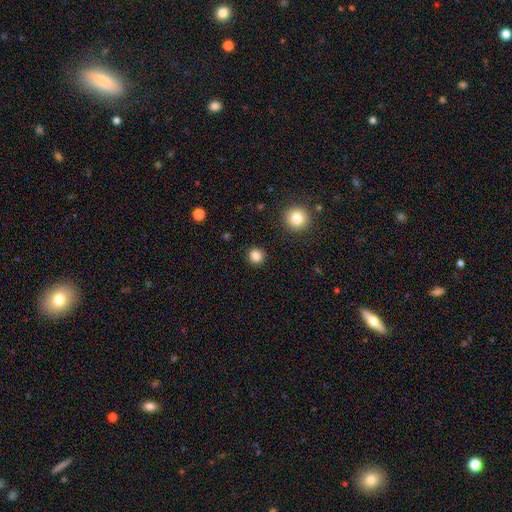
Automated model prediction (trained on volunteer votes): smooth 84%, star or artifact 12%, featured or disk 4%. Down the decision tree: how rounded — round (91%); merging — none (91%).